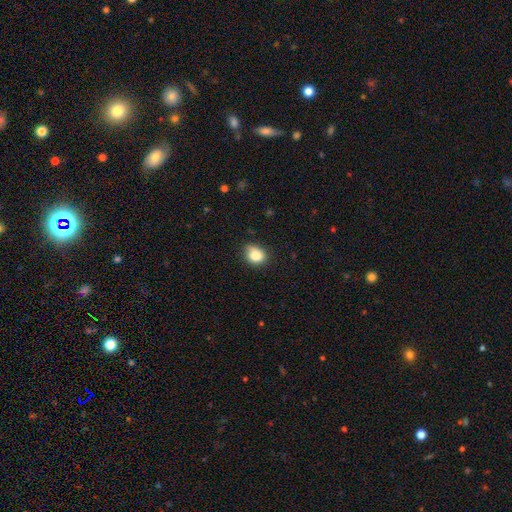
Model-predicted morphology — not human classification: Smooth or featured: smooth — 83% (star or artifact — 10%)
How rounded: round — 57% (in between — 42%)
Merging: none — 69% (minor disturbance — 25%)